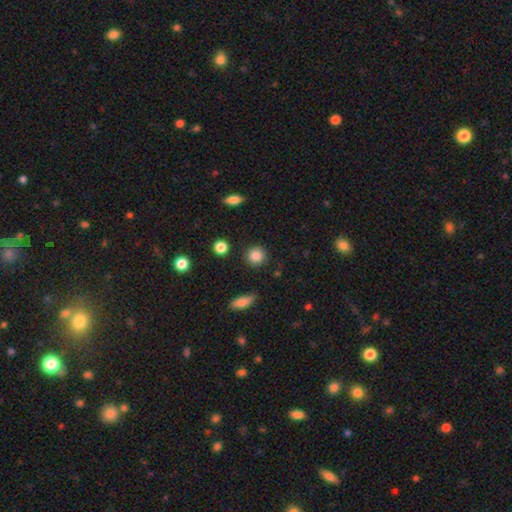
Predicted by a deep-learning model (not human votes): smooth 86%, star or artifact 9%, featured or disk 5%. Down the decision tree: how rounded — round (91%); merging — none (90%).